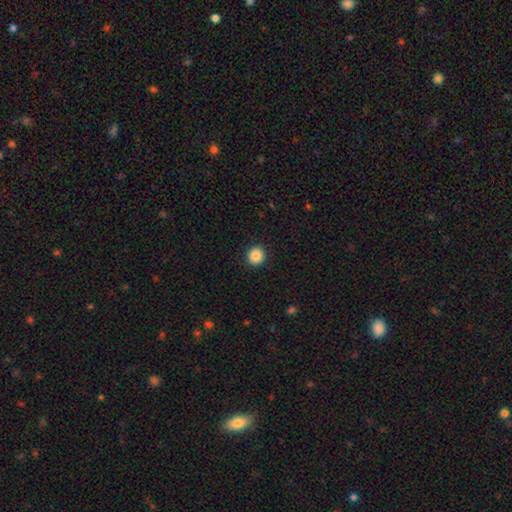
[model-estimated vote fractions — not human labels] This appears to be a smooth galaxy with no disk features (86%) that is round (93%). Merging: none (93%).